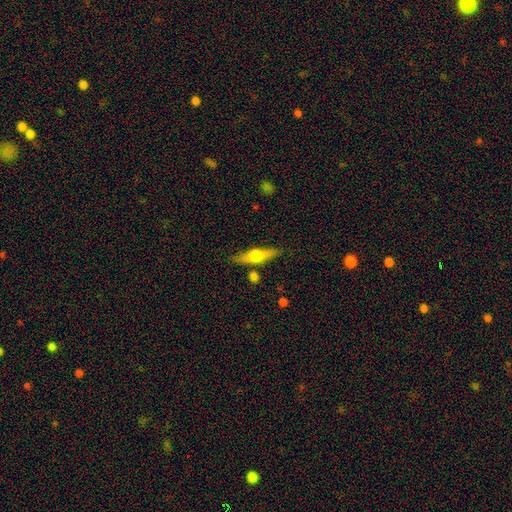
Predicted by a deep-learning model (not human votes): The model was most divided on "smooth or featured": featured or disk: 53%, smooth: 41%, star or artifact: 6%. More confident: edge-on disk — yes (93%); merging — none (82%).